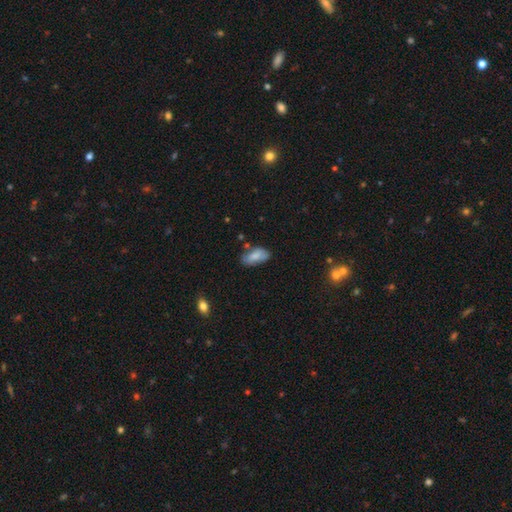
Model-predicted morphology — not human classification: smooth 78%, featured or disk 15%, star or artifact 7%. Down the decision tree: how rounded — in between (92%); merging — none (63%).